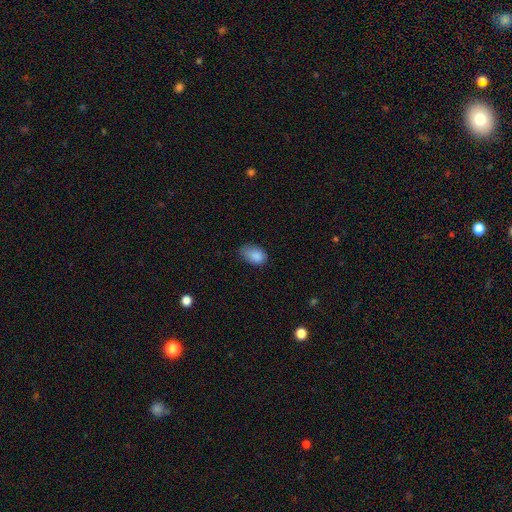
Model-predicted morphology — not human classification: Smooth or featured? smooth (86%)
How rounded? in between (87%)
Merging? none (54%)